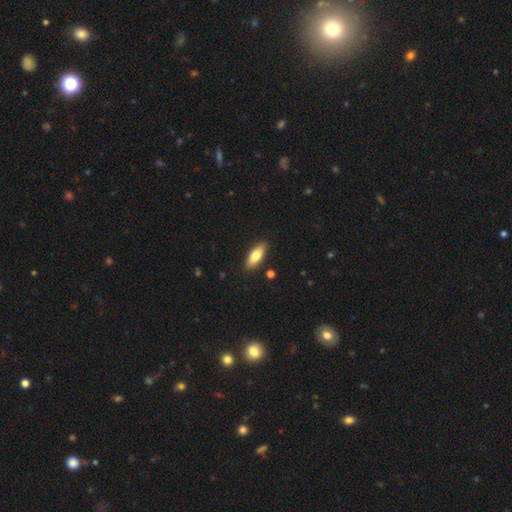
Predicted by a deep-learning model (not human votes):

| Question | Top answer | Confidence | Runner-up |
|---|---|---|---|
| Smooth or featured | smooth | 74% | featured or disk (20%) |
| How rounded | in between | 70% | cigar-shaped (27%) |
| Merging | none | 87% | minor disturbance (9%) |